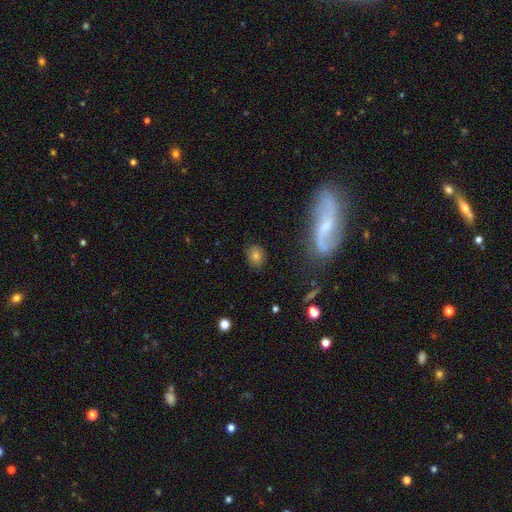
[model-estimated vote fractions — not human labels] The model was most divided on "how rounded": in between: 50%, round: 48%, cigar-shaped: 2%. More confident: merging — none (83%); smooth or featured — smooth (68%).